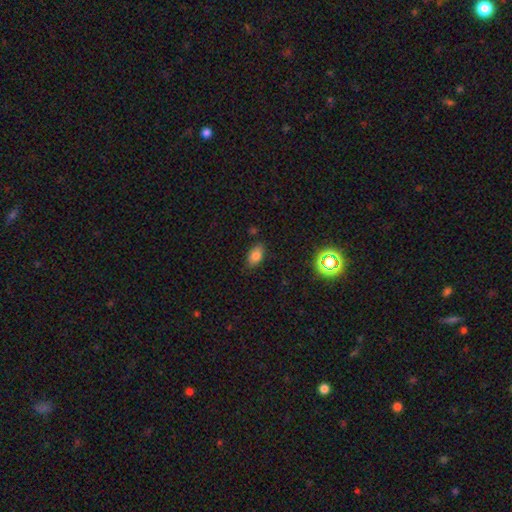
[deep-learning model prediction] This appears to be a smooth galaxy with no disk features (78%) that is in between round and cigar-shaped (88%). Merging: none (81%).